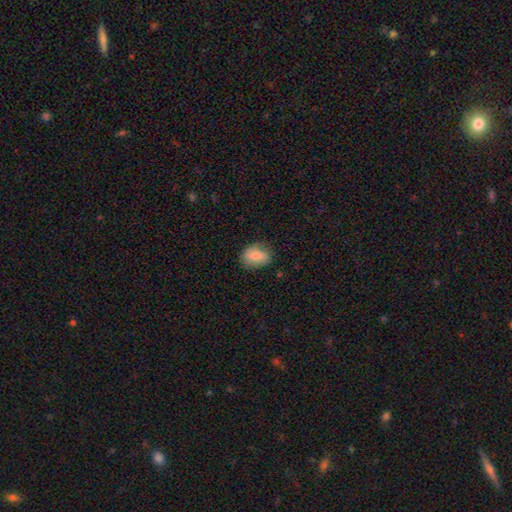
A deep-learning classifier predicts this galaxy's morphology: Overall: smooth (75%). How rounded: in between (76%). Merging: none (73%).